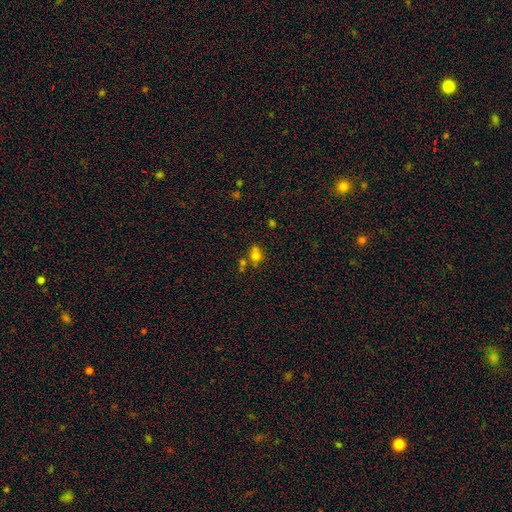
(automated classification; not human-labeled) Smooth or featured: smooth — 70% (star or artifact — 18%)
How rounded: round — 56% (in between — 43%)
Merging: none — 46% (merger — 29%)